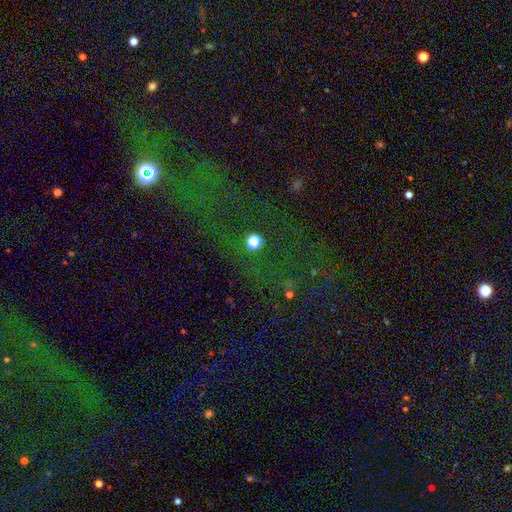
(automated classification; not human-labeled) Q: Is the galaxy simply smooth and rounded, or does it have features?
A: star or artifact — 67%.